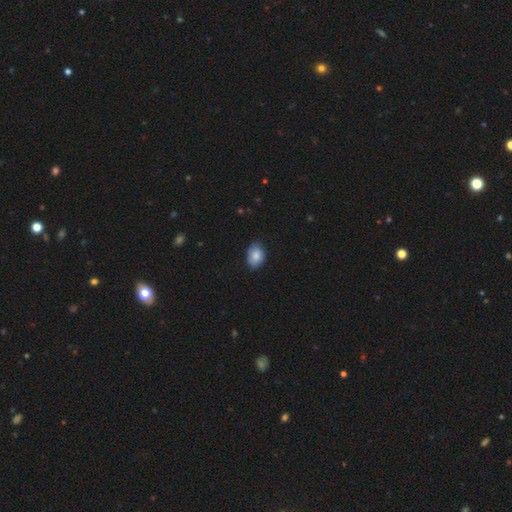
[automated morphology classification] smooth-or-featured: smooth: 83% | featured or disk: 10% | star or artifact: 7%
  how-rounded: in between: 79% | round: 20% | cigar-shaped: 1%
  merging: none: 75% | minor disturbance: 21% | major disturbance: 3% | merger: 1%